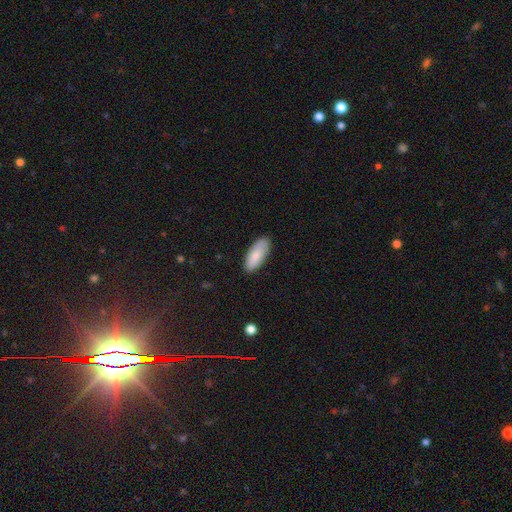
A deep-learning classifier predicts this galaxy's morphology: Smooth or featured? Predicted: smooth (p=0.86). How rounded? Predicted: in between (p=0.82). Merging? Predicted: none (p=0.85).